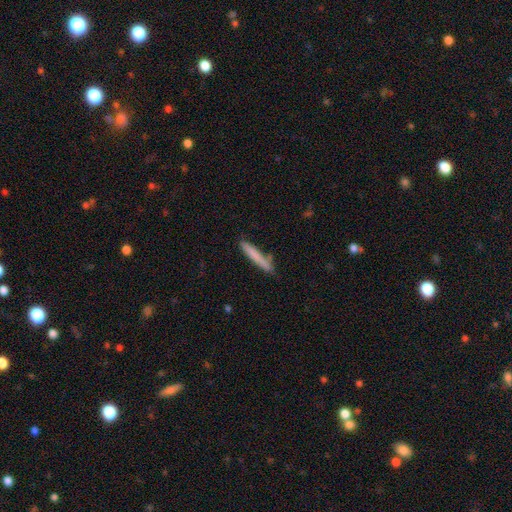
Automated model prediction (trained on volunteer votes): This appears to be a smooth galaxy with no disk features (75%) that is cigar-shaped (95%). Merging: none (81%).